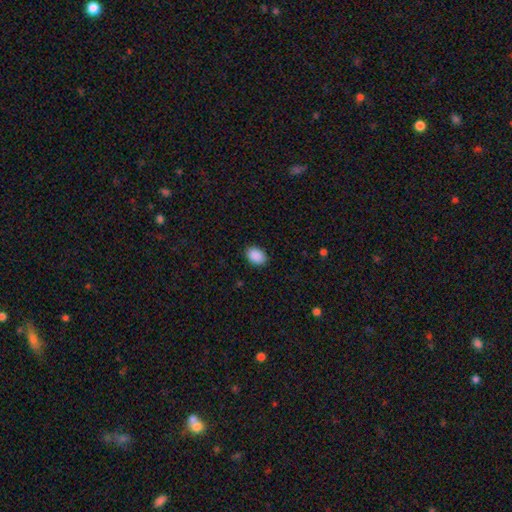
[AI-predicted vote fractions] This appears to be a smooth galaxy with no disk features (90%) that is in between round and cigar-shaped (80%). Merging: none (89%).